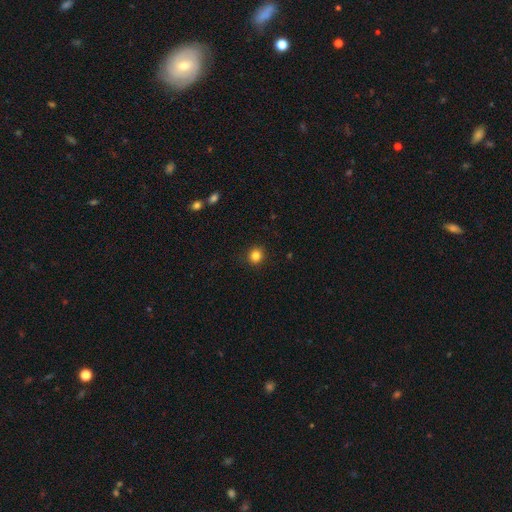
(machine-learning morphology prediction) Smooth or featured? Predicted: smooth (p=0.84). How rounded? Predicted: round (p=0.90). Merging? Predicted: none (p=0.91).